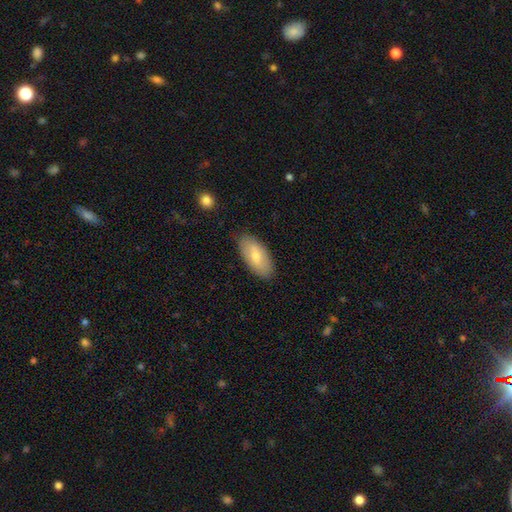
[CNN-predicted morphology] This appears to be a smooth galaxy with no disk features (66%) that is in between round and cigar-shaped (90%). Merging: none (86%).